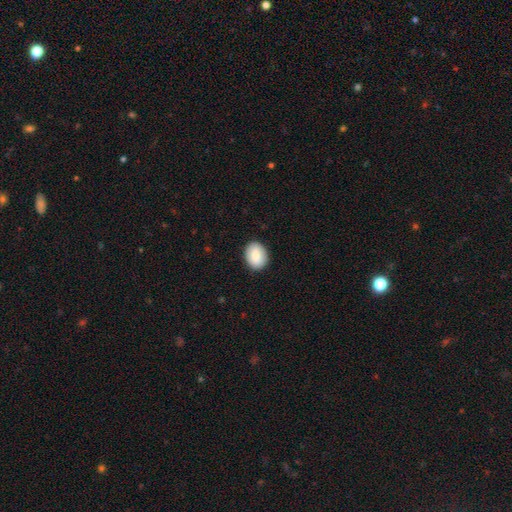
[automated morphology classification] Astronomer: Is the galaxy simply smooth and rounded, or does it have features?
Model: smooth — 86%.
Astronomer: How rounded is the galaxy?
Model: in between — 60% (runner-up: round, 39%).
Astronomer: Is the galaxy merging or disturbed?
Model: none — 89%.